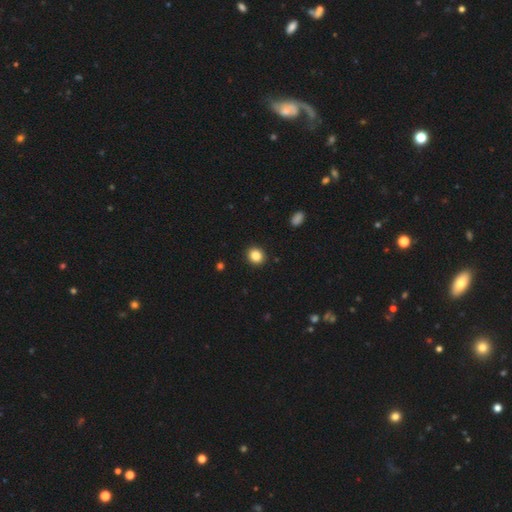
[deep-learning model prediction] This is clearly a smooth galaxy (85%). How rounded: likely round (80%). Merging: clearly none (92%).